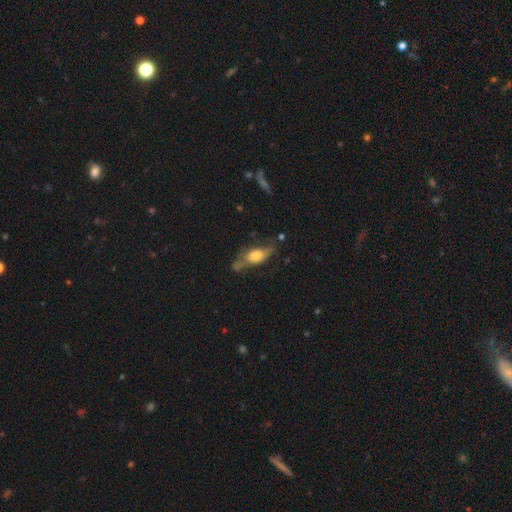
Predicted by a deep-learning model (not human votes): Q: Smooth or featured?
A: smooth (48%); runner-up: featured or disk (44%)
Q: Merging?
A: none (53%); runner-up: minor disturbance (27%)